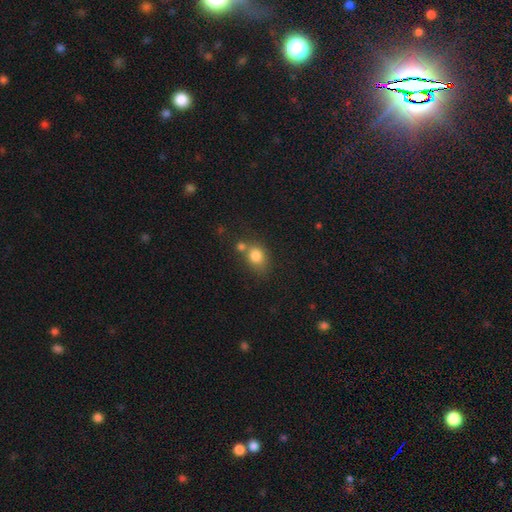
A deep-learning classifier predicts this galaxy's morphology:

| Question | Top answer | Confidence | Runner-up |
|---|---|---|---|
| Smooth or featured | smooth | 81% | star or artifact (10%) |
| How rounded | round | 52% | in between (46%) |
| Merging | none | 47% | merger (31%) |